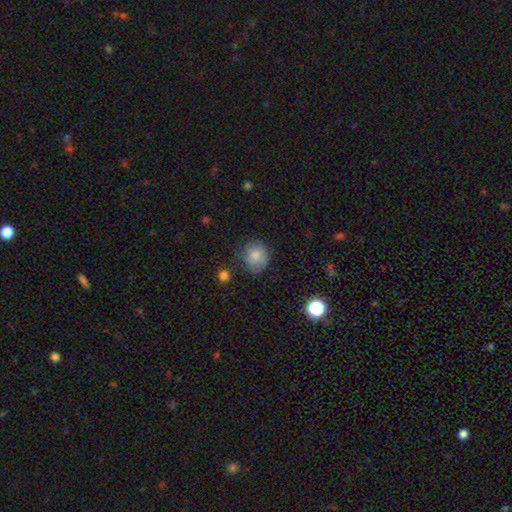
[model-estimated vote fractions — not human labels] Q: Smooth or featured?
A: smooth (80%); runner-up: featured or disk (11%)
Q: How rounded?
A: round (74%); runner-up: in between (25%)
Q: Merging?
A: none (62%); runner-up: minor disturbance (27%)